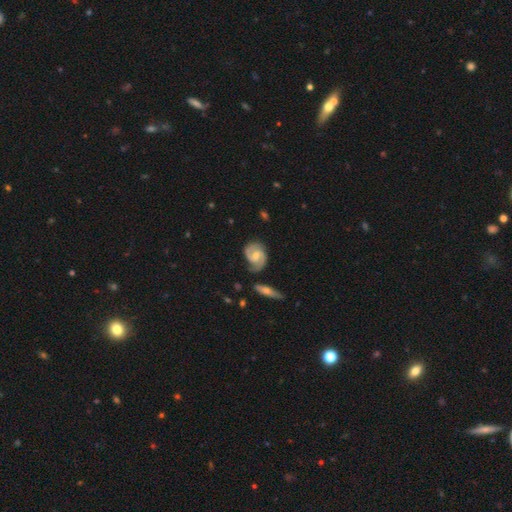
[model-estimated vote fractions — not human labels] This appears to be a featured or disk galaxy (86%) with a weak bar (45%), 2 (90%) medium (51%) spiral arms (97%) and a moderate central bulge (56%). Merging: none (73%).